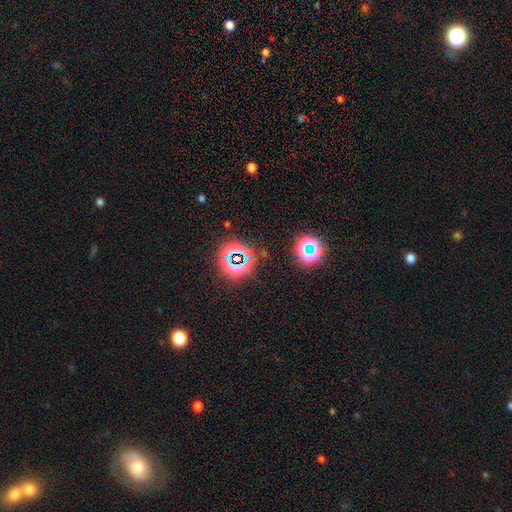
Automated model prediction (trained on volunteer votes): star or artifact 80%, smooth 12%, featured or disk 7%.